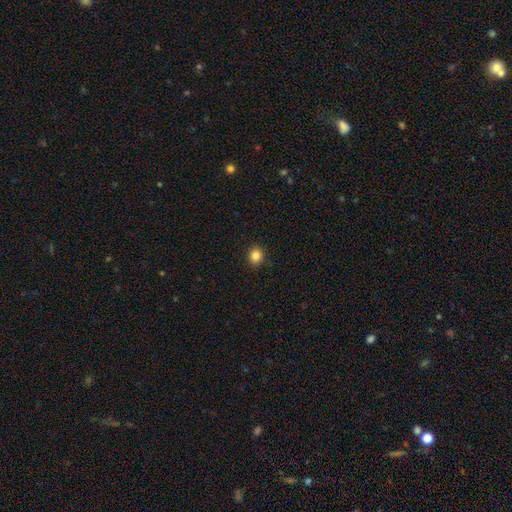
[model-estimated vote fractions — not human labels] smooth 84%, star or artifact 11%, featured or disk 5%. Down the decision tree: how rounded — round (67%); merging — none (90%).